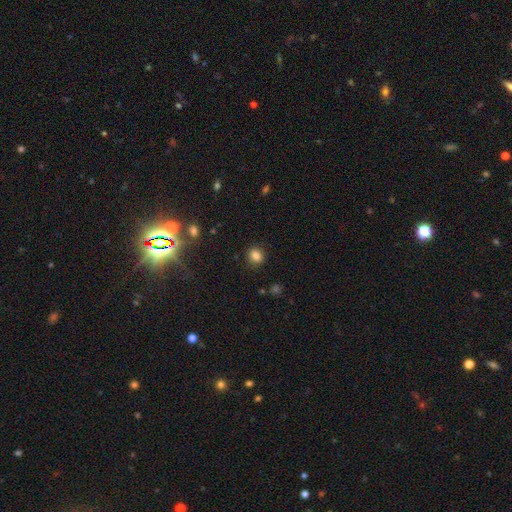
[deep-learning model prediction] Smooth or featured?
  - smooth: 83% *
  - star or artifact: 12%
  - featured or disk: 5%
How rounded?
  - round: 68% *
  - in between: 31%
  - cigar-shaped: 1%
Merging?
  - none: 88% *
  - minor disturbance: 8%
  - major disturbance: 3%
  - merger: 1%